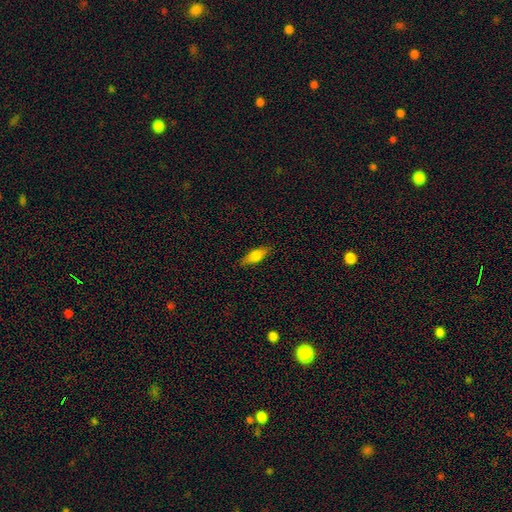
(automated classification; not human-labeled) This appears to be a smooth galaxy with no disk features (71%) that is in between round and cigar-shaped (65%). Merging: none (85%).